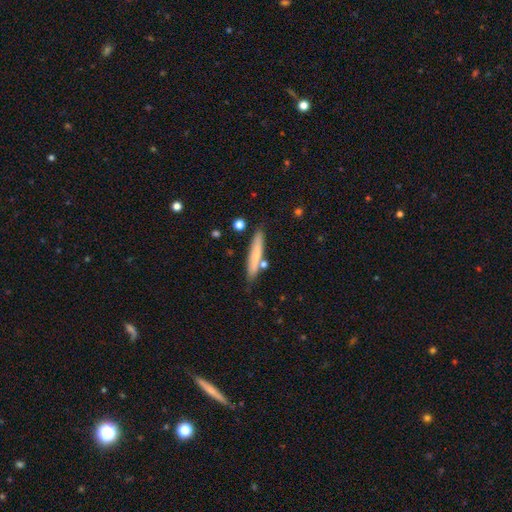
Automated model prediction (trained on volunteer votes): The model was most divided on "smooth or featured": smooth: 66%, featured or disk: 27%, star or artifact: 6%. More confident: how rounded — cigar-shaped (90%); merging — none (79%).